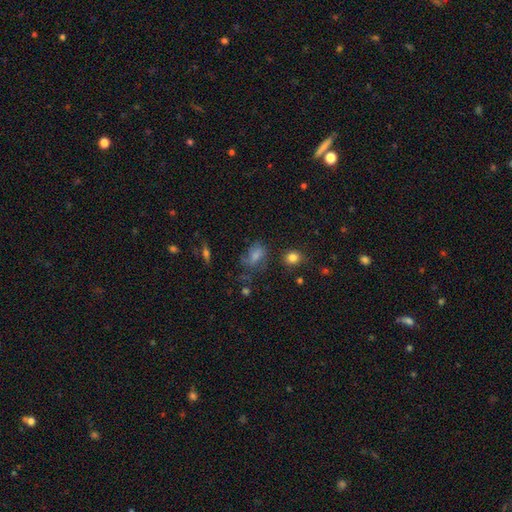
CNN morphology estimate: A featured or disk galaxy (38%, tied with smooth).

Vote fractions:
- Smooth or featured? featured or disk: 38% (tied) / smooth: 38% (tied) / star or artifact: 24%
- Merging? none: 54% / minor disturbance: 22% / major disturbance: 19% / merger: 4%